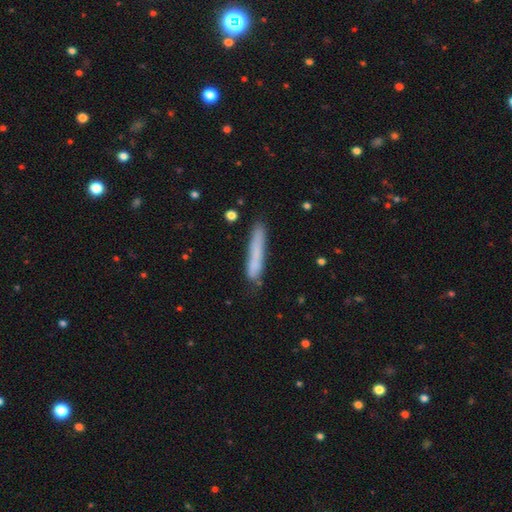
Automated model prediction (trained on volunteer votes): Smooth or featured?
  - smooth: 73% *
  - featured or disk: 20%
  - star or artifact: 8%
How rounded?
  - cigar-shaped: 93% *
  - in between: 6%
  - round: 1%
Merging?
  - none: 73% *
  - minor disturbance: 20%
  - major disturbance: 5%
  - merger: 3%